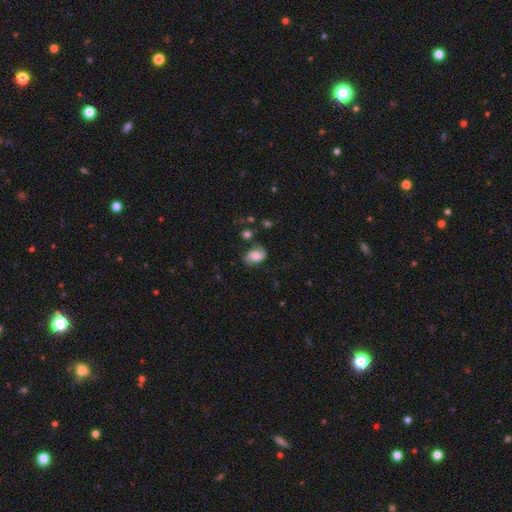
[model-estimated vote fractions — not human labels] featured or disk 48%, smooth 43%, star or artifact 9%. Down the decision tree: merging — none (65%).